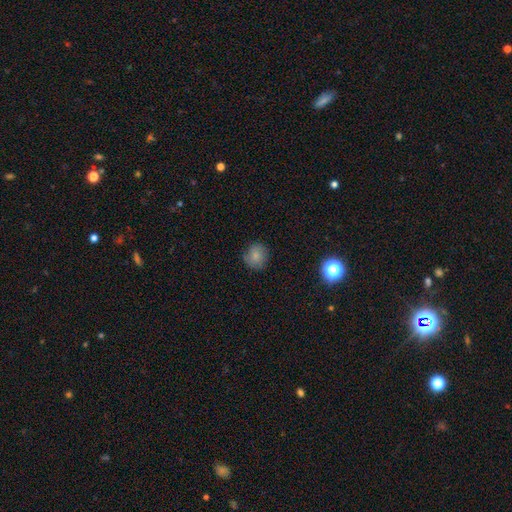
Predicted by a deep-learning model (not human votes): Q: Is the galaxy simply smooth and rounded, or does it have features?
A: smooth — 79%.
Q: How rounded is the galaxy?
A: round — 86%.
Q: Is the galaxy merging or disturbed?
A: none — 79%.